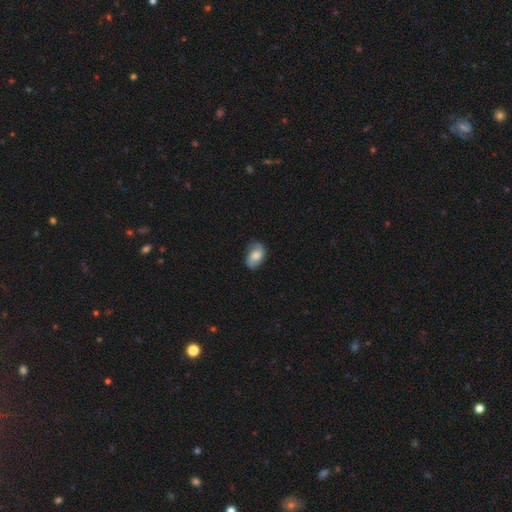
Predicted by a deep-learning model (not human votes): Overall: featured or disk (51%; smooth 42%). Edge-on disk: no (97%). Merging: none (72%).